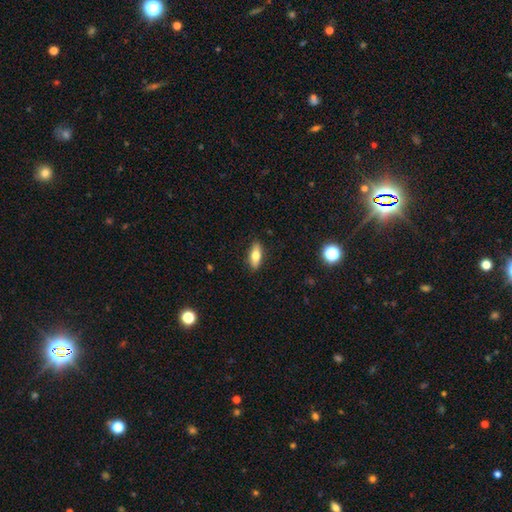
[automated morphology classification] Smooth or featured? smooth (68%)
How rounded? in between (69%)
Merging? none (88%)